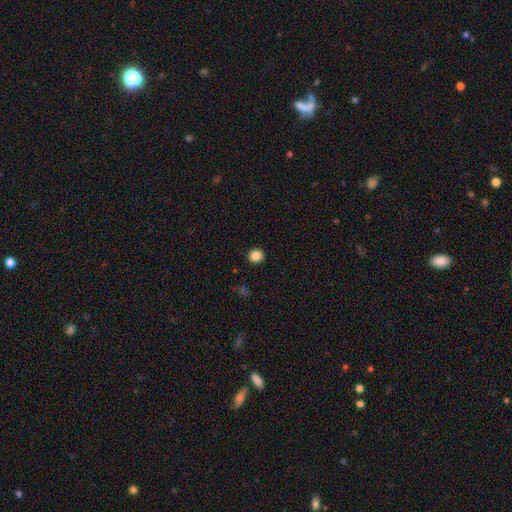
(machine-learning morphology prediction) Q: Smooth or featured?
A: smooth (85%); runner-up: star or artifact (11%)
Q: How rounded?
A: round (95%); runner-up: in between (4%)
Q: Merging?
A: none (94%); runner-up: minor disturbance (4%)